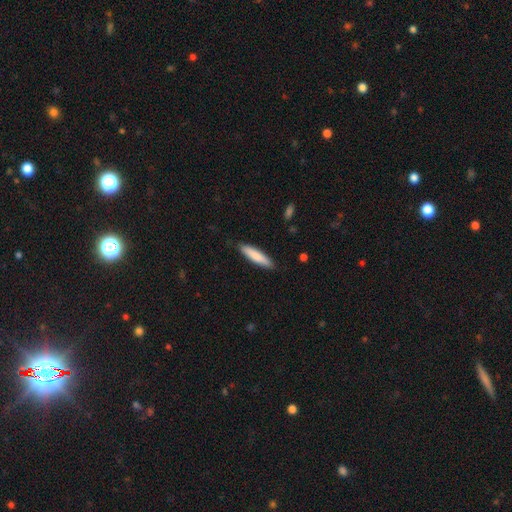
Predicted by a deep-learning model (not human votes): Smooth or featured: smooth — 82% (featured or disk — 13%)
How rounded: cigar-shaped — 82% (in between — 17%)
Merging: none — 88% (minor disturbance — 9%)